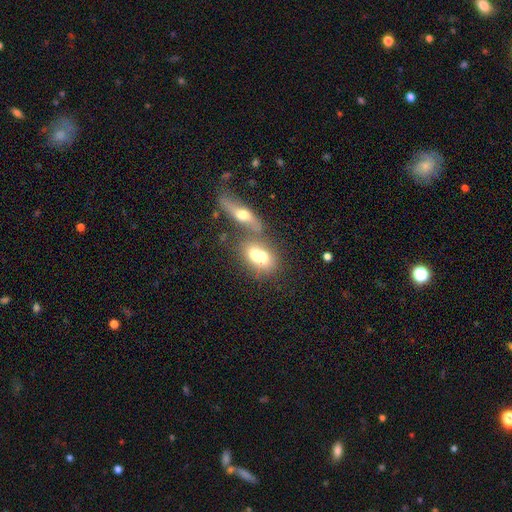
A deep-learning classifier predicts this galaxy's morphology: Overall: smooth (64%; featured or disk 27%). How rounded: in between (69%). Merging: merger (61%; none 26%).